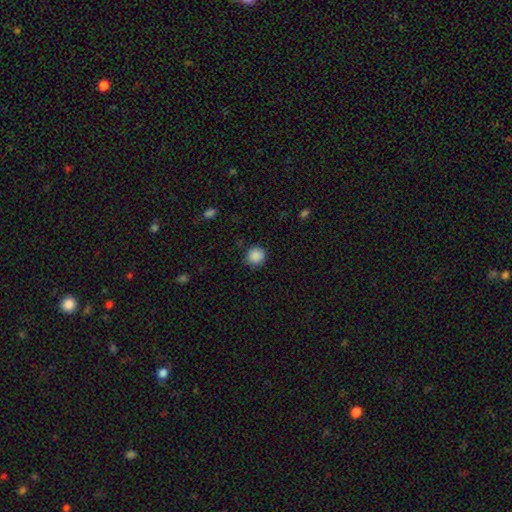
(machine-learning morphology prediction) A smooth galaxy with no disk features (88%) that is round (90%). Merging: none (89%).